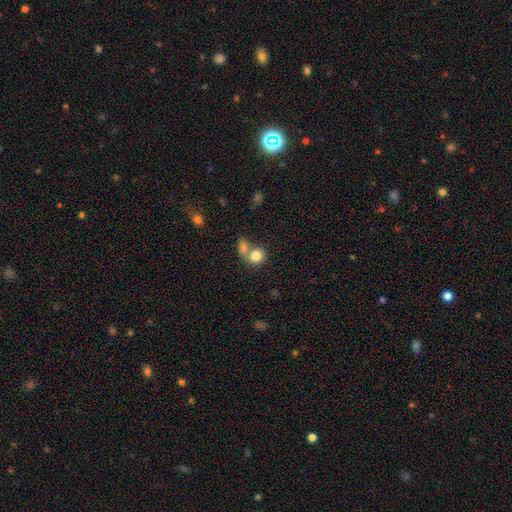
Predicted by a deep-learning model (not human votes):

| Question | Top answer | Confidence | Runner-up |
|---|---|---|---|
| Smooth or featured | smooth | 81% | featured or disk (10%) |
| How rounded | round | 77% | in between (22%) |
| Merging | merger | 51% | none (38%) |